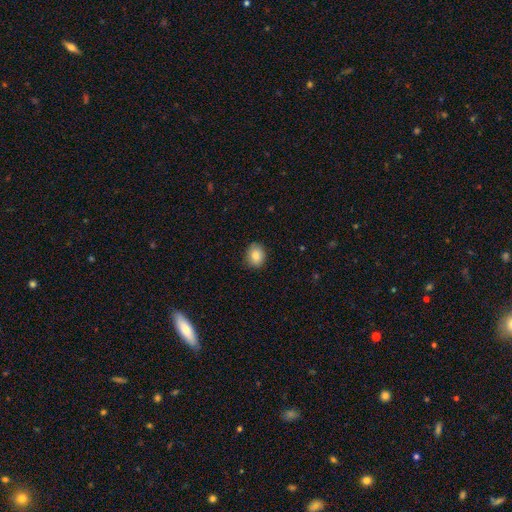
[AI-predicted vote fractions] smooth-or-featured: smooth: 84% | star or artifact: 9% | featured or disk: 7%
  how-rounded: round: 60% | in between: 39% | cigar-shaped: 1%
  merging: none: 87% | minor disturbance: 10% | major disturbance: 2% | merger: 1%